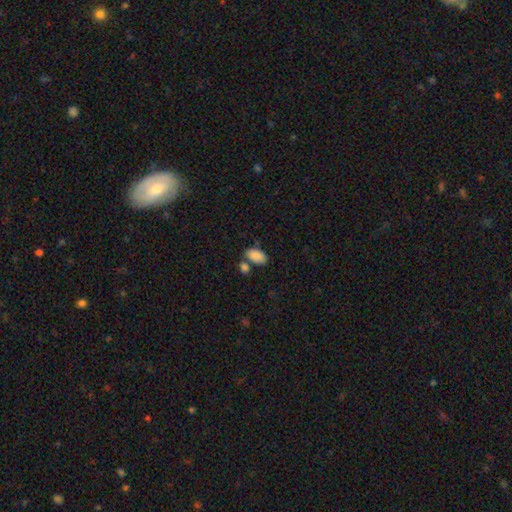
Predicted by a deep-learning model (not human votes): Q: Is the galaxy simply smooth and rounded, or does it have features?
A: smooth — 88%.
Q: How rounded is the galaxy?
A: in between — 94%.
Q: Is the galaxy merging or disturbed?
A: none — 57%.